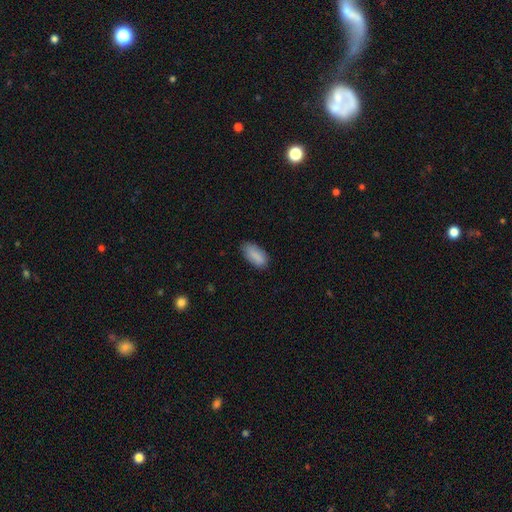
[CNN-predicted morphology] This is clearly a smooth galaxy (87%). How rounded: clearly in between (89%). Merging: likely none (77%).